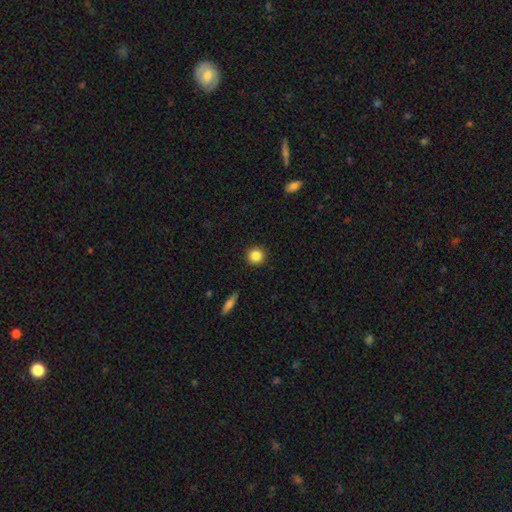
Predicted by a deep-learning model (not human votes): A smooth galaxy with no disk features (85%) that is round (94%).

Vote fractions:
- Smooth or featured? smooth: 85% / star or artifact: 10% / featured or disk: 5%
- How rounded? round: 94% / in between: 5% / cigar-shaped: 1%
- Merging? none: 92% / minor disturbance: 5% / major disturbance: 2% / merger: 1%